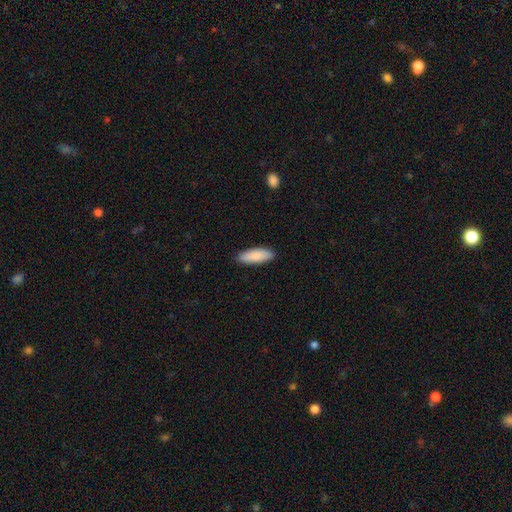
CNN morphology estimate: Smooth or featured: smooth — 88% (featured or disk — 7%)
How rounded: in between — 62% (cigar-shaped — 36%)
Merging: none — 90% (minor disturbance — 7%)